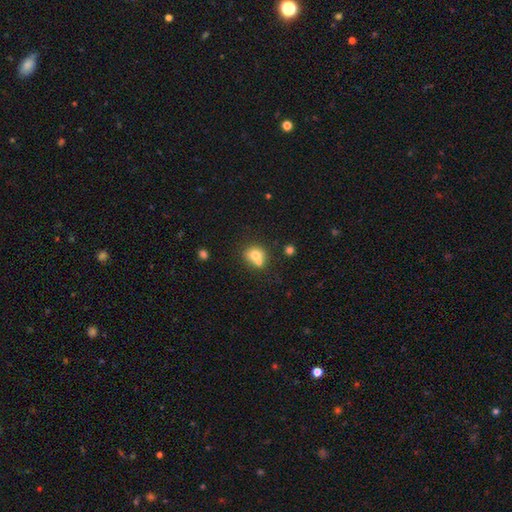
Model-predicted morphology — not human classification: A smooth galaxy with no disk features (71%) that is round (76%). Merging: merger (44%).